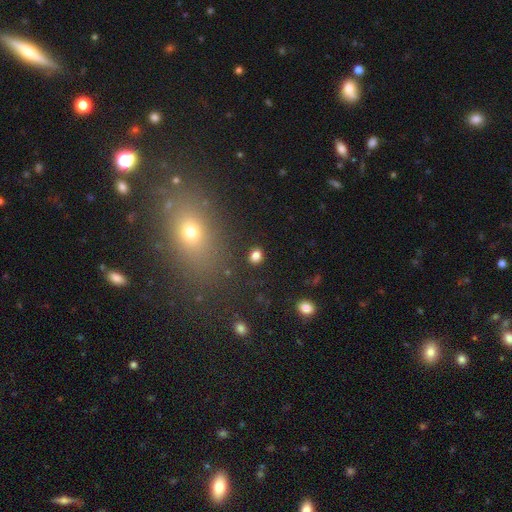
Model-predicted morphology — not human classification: A smooth galaxy with no disk features (82%) that is round (59%). Merging: none (88%).